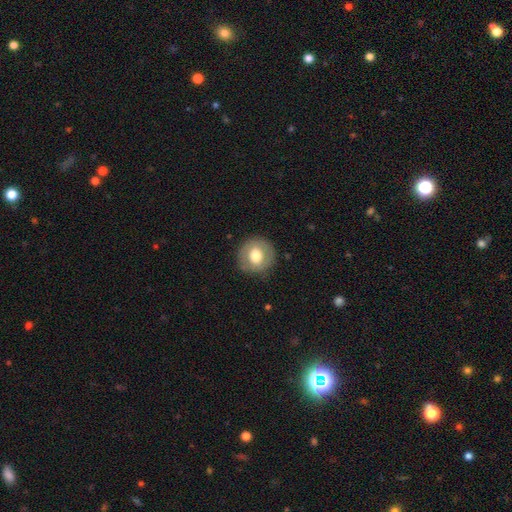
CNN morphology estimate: smooth-or-featured: smooth: 66% | featured or disk: 27% | star or artifact: 8%
  how-rounded: round: 91% | in between: 8% | cigar-shaped: 1%
  merging: none: 87% | minor disturbance: 9% | major disturbance: 3% | merger: 1%